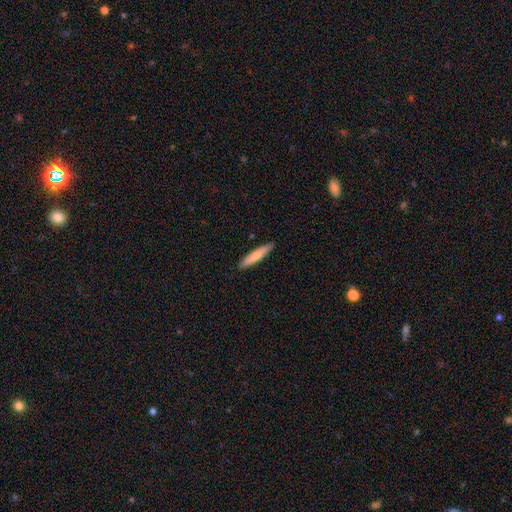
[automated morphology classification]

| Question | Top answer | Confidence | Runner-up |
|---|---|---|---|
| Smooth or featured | smooth | 74% | featured or disk (21%) |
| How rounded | cigar-shaped | 91% | in between (8%) |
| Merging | none | 90% | minor disturbance (7%) |